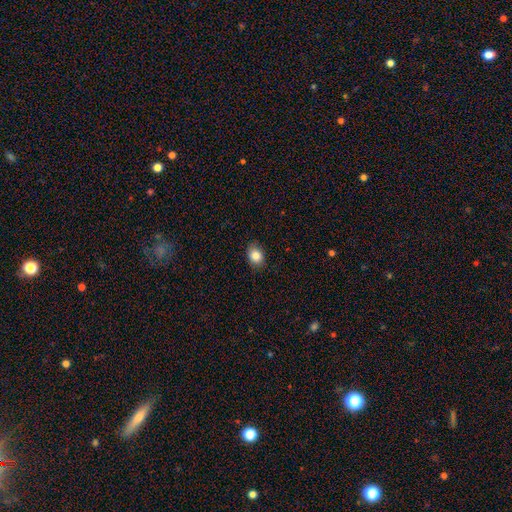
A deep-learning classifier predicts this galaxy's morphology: A smooth galaxy with no disk features (85%) that is in between round and cigar-shaped (66%). Merging: none (87%).